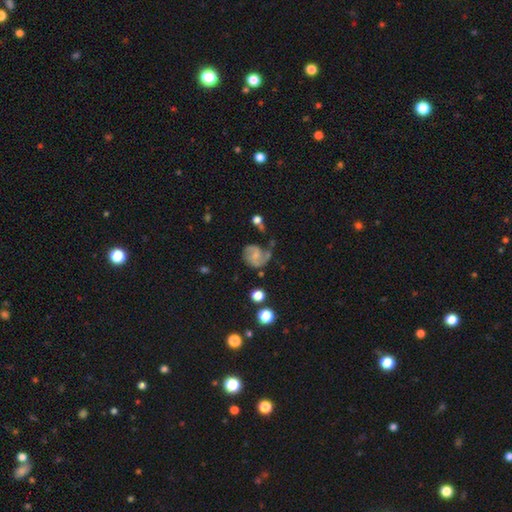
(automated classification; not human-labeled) Smooth or featured: featured or disk — 69% (smooth — 22%)
Edge-on disk: no — 98% (yes — 2%)
Bar: no — 52% (weak — 40%)
Spiral arms: yes — 91% (no — 9%)
Spiral winding: medium — 48% (tight — 27%)
Spiral arm count: 2 — 73% (1 — 12%)
Bulge size: small — 50% (none — 25%)
Merging: none — 50% (minor disturbance — 24%)